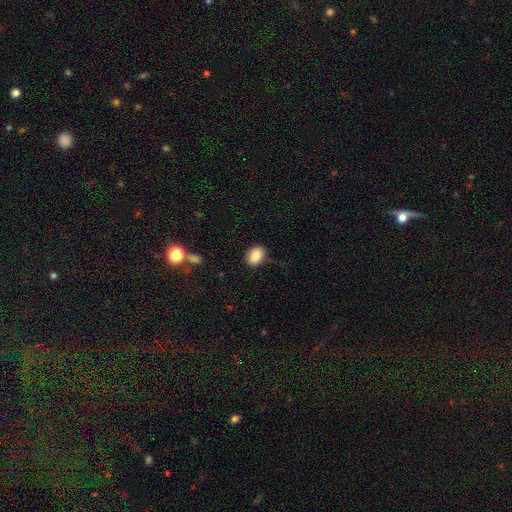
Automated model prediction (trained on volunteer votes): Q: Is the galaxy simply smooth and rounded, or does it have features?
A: smooth — 86%.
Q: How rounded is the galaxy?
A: in between — 73%.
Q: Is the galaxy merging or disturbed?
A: none — 84%.